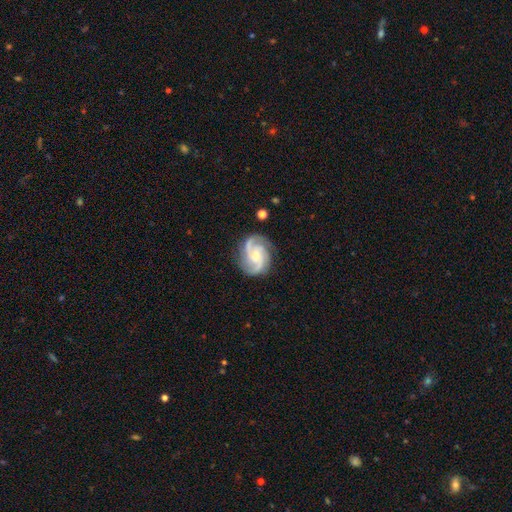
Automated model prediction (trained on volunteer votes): featured or disk 91%, smooth 5%, star or artifact 5%. Down the decision tree: edge-on disk — no (98%); bar — no (64%); spiral arms — yes (98%); spiral arm count — 3 (55%); spiral winding — medium (53%); bulge size — small (64%); merging — none (80%).